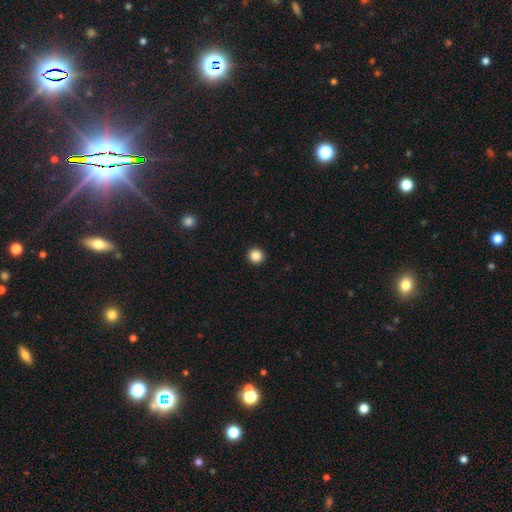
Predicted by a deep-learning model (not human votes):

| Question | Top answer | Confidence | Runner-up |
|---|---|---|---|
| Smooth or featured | smooth | 86% | star or artifact (11%) |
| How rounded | round | 96% | in between (3%) |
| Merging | none | 94% | minor disturbance (4%) |